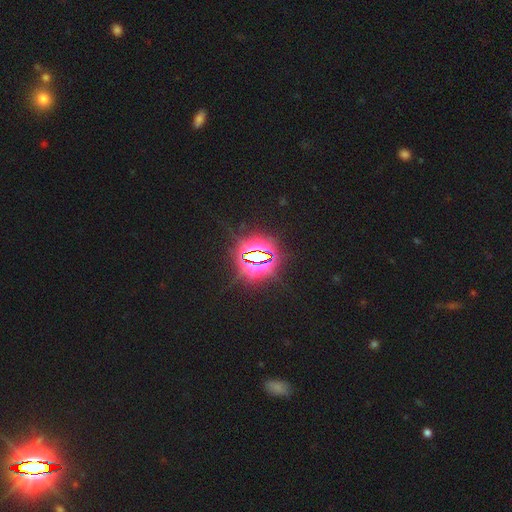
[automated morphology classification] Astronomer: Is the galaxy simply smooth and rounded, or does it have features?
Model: star or artifact — 84%.